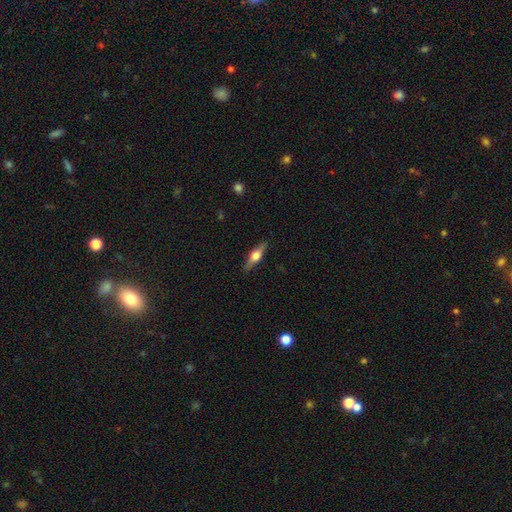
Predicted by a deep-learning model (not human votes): This appears to be a featured or disk galaxy (62%) viewed edge-on (96%) with a rounded central bulge (94%). Merging: none (88%).